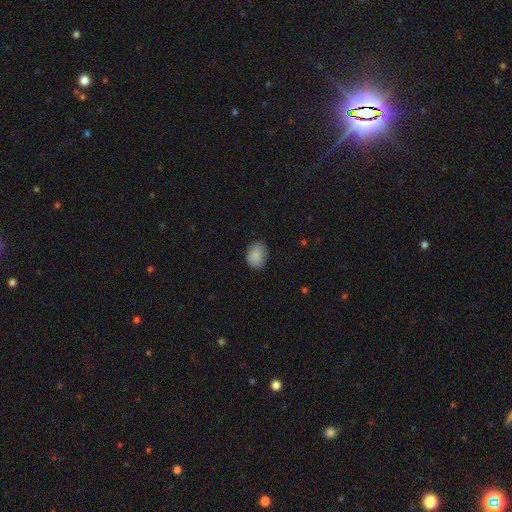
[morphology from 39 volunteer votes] Smooth or featured? smooth (87%)
How rounded? in between (56%)
Merging? none (66%)